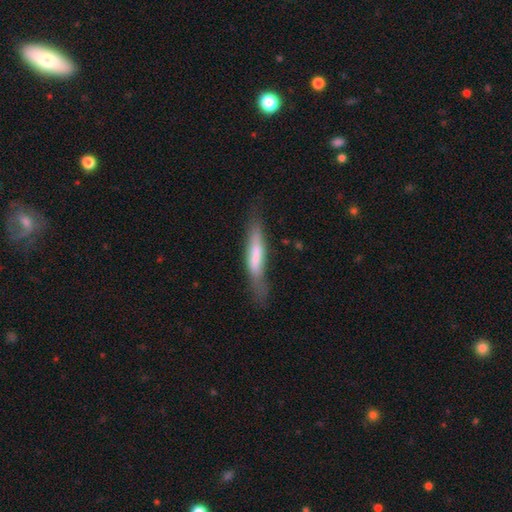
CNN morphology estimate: Q: Smooth or featured?
A: smooth (61%); runner-up: featured or disk (33%)
Q: How rounded?
A: cigar-shaped (86%); runner-up: in between (13%)
Q: Merging?
A: none (64%); runner-up: minor disturbance (24%)